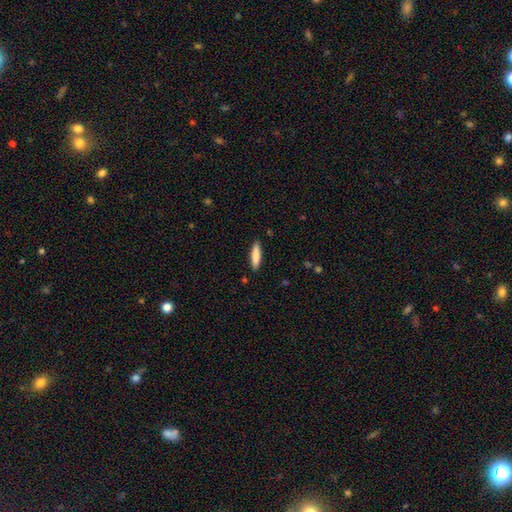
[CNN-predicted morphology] Smooth or featured: smooth — 83% (featured or disk — 11%)
How rounded: cigar-shaped — 74% (in between — 24%)
Merging: none — 89% (minor disturbance — 8%)